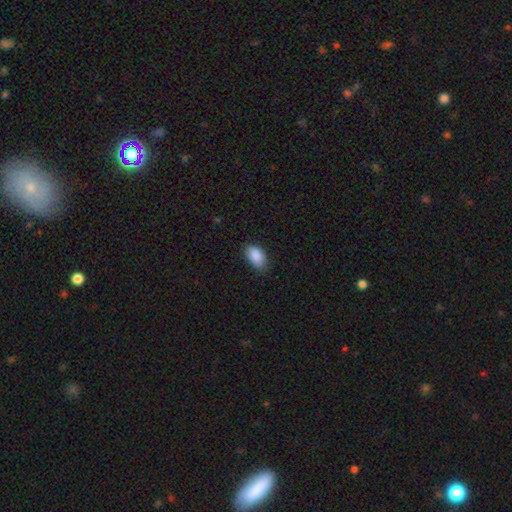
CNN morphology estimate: A smooth galaxy with no disk features (89%) that is in between round and cigar-shaped (92%).

Vote fractions:
- Smooth or featured? smooth: 89% / star or artifact: 7% / featured or disk: 4%
- How rounded? in between: 92% / round: 7% / cigar-shaped: 2%
- Merging? none: 77% / minor disturbance: 19% / major disturbance: 3% / merger: 1%